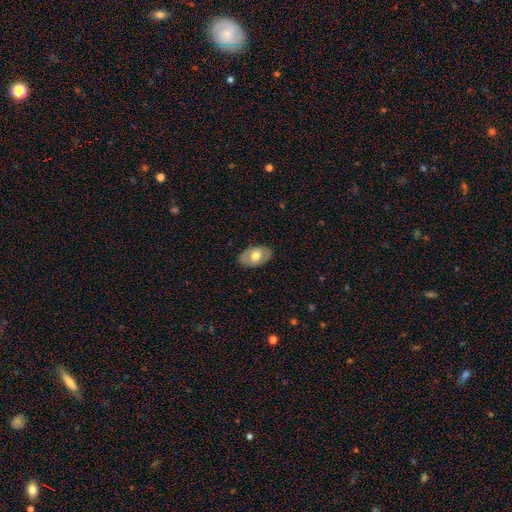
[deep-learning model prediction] Overall: smooth (56%; featured or disk 38%). How rounded: in between (90%). Merging: none (84%).